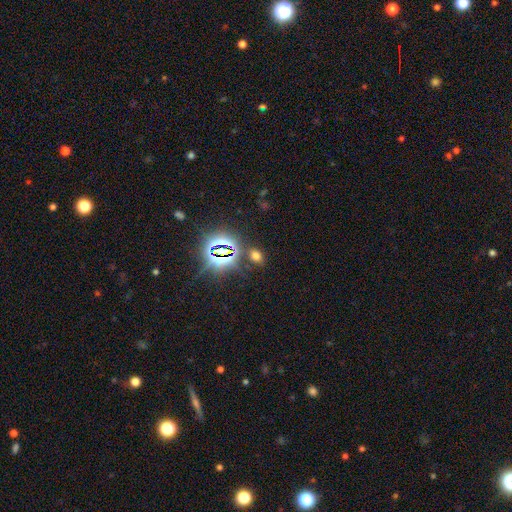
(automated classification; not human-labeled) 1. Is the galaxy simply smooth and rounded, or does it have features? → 51% smooth, 41% star or artifact, 8% featured or disk.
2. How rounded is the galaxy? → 71% in between, 26% round, 3% cigar-shaped.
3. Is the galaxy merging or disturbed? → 79% none, 10% minor disturbance, 6% merger, 4% major disturbance.